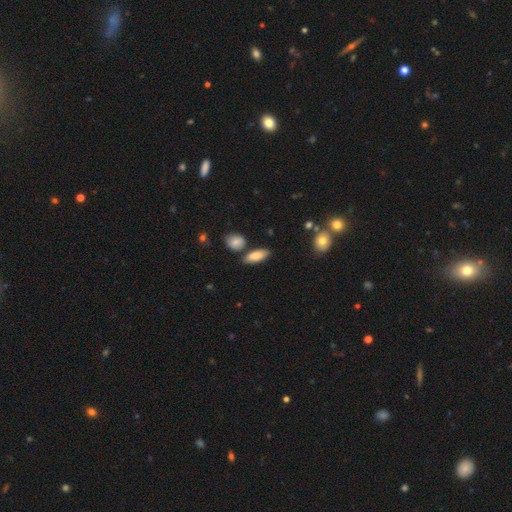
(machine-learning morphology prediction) This appears to be a smooth galaxy with no disk features (83%) that is in between round and cigar-shaped (75%). Merging: none (74%).